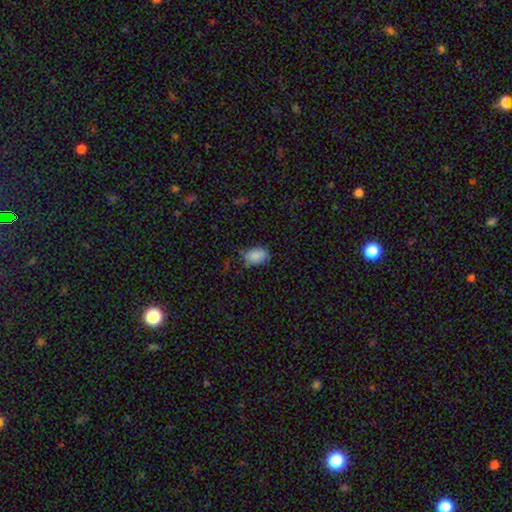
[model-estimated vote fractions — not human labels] smooth-or-featured: smooth: 85% | star or artifact: 9% | featured or disk: 6%
  how-rounded: in between: 85% | round: 14% | cigar-shaped: 1%
  merging: none: 60% | minor disturbance: 30% | major disturbance: 7% | merger: 3%